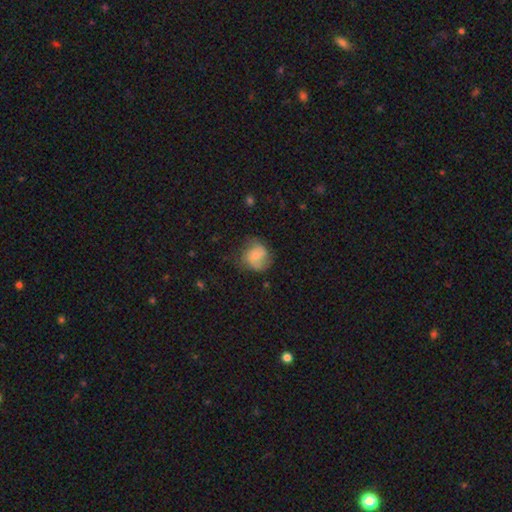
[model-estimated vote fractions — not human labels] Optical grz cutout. It shows a smooth galaxy with no disk features (52%) that is round (76%). Merging: none (58%).